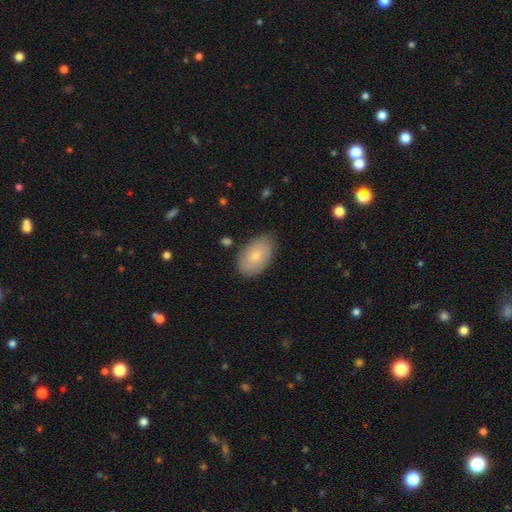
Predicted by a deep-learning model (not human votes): Smooth or featured? Predicted: smooth (p=0.69). How rounded? Predicted: in between (p=0.92). Merging? Predicted: none (p=0.80).